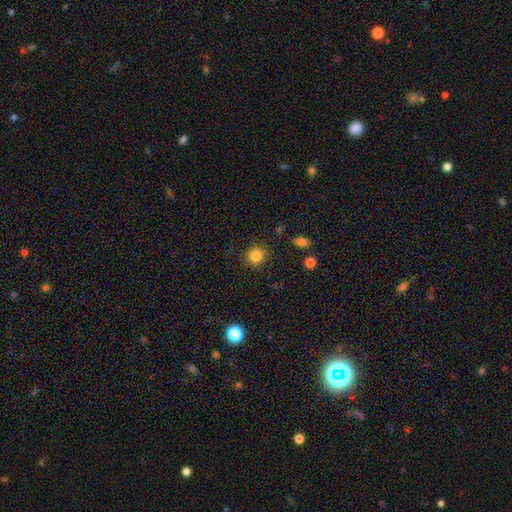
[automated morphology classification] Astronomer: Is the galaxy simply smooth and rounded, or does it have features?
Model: smooth — 84%.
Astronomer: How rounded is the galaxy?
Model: round — 90%.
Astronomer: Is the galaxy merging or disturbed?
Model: none — 85%.